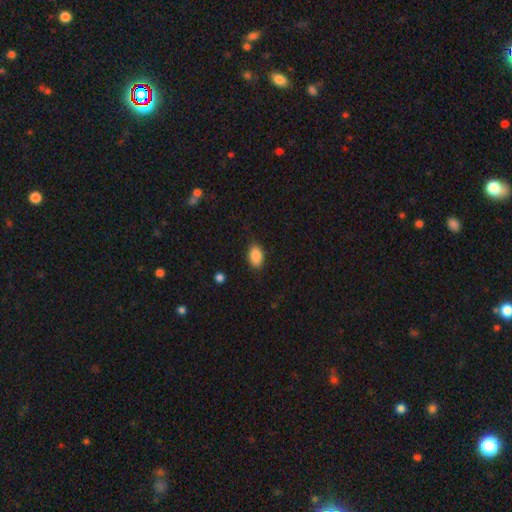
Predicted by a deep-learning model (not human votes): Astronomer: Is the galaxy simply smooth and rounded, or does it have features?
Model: smooth — 88%.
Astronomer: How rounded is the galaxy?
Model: in between — 89%.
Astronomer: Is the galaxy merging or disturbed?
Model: none — 84%.